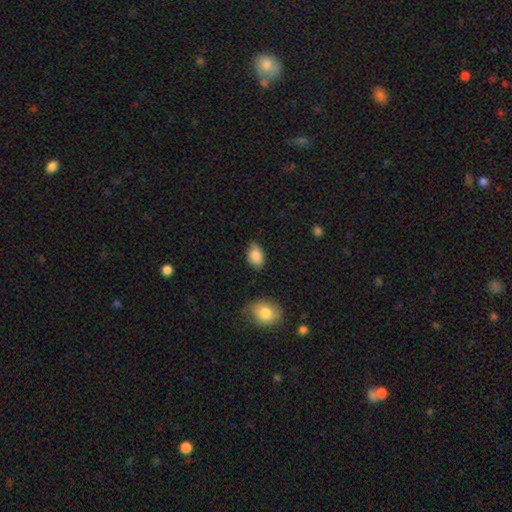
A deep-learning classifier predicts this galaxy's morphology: A smooth galaxy with no disk features (87%) that is in between round and cigar-shaped (87%).

Vote fractions:
- Smooth or featured? smooth: 87% / star or artifact: 7% / featured or disk: 5%
- How rounded? in between: 87% / round: 12% / cigar-shaped: 1%
- Merging? none: 73% / minor disturbance: 21% / major disturbance: 4% / merger: 2%